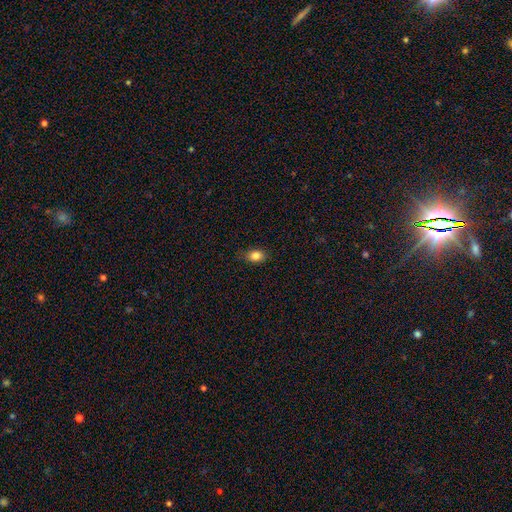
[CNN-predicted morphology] This appears to be a smooth galaxy with no disk features (84%) that is in between round and cigar-shaped (76%). Merging: none (81%).